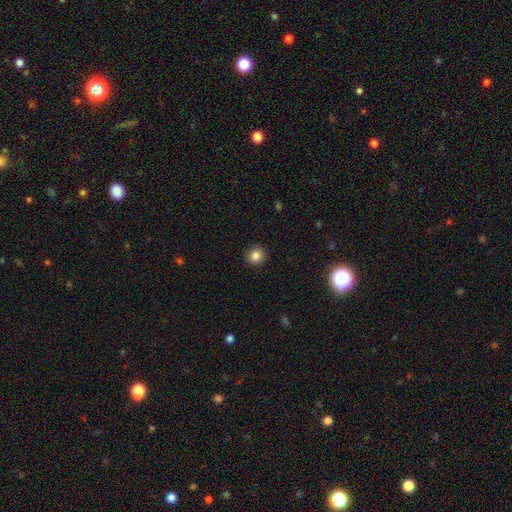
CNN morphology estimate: type=smooth (84%); roundness=round (87%); merging=none (92%).